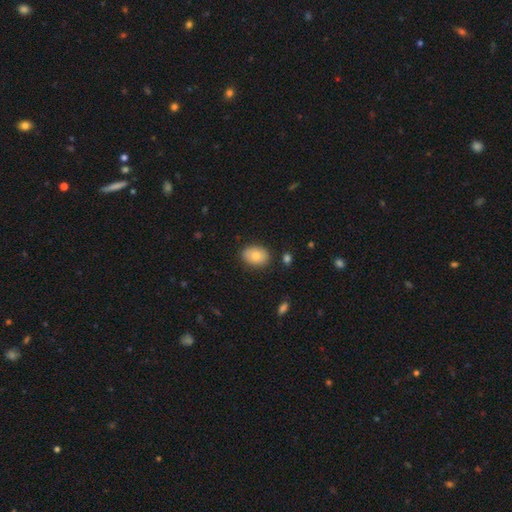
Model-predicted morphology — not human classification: This appears to be a smooth galaxy with no disk features (79%) that is in between round and cigar-shaped (76%). Merging: none (83%).